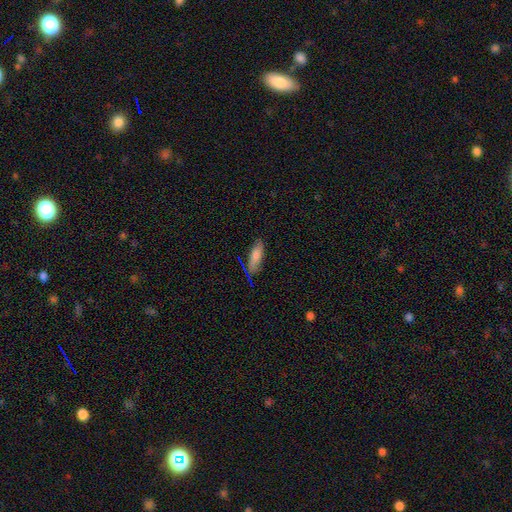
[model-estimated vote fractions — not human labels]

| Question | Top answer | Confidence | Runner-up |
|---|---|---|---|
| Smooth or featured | smooth | 80% | featured or disk (13%) |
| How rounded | in between | 58% | cigar-shaped (40%) |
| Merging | none | 77% | minor disturbance (18%) |